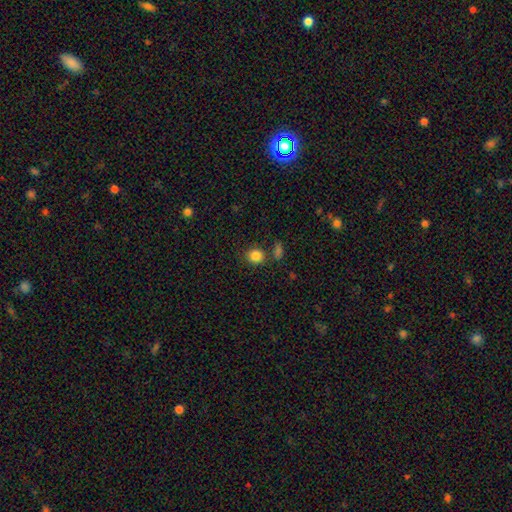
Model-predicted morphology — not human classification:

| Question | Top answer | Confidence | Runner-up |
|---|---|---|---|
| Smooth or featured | smooth | 85% | star or artifact (10%) |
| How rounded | round | 84% | in between (15%) |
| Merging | none | 77% | merger (10%) |